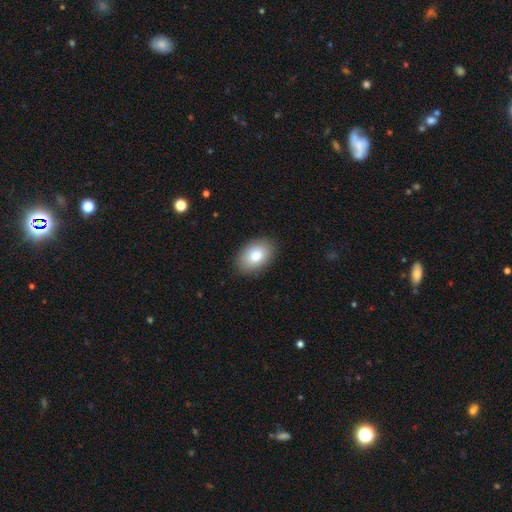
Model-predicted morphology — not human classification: Smooth or featured? Predicted: smooth (p=0.84). How rounded? Predicted: in between (p=0.88). Merging? Predicted: none (p=0.88).